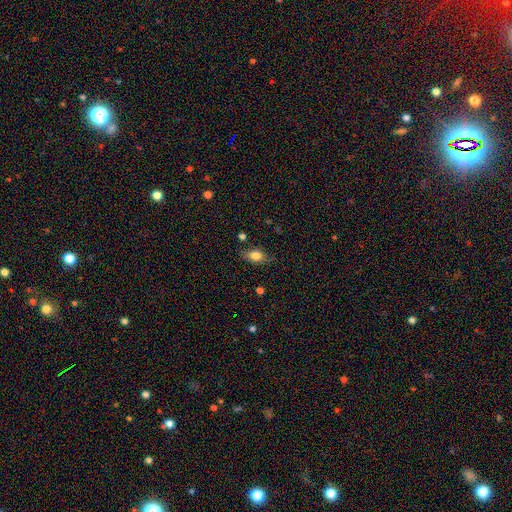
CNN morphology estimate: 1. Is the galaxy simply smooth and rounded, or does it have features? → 79% smooth, 13% featured or disk, 9% star or artifact.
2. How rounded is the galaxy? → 84% in between, 10% round, 6% cigar-shaped.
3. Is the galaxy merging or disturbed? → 76% none, 18% minor disturbance, 4% major disturbance, 2% merger.